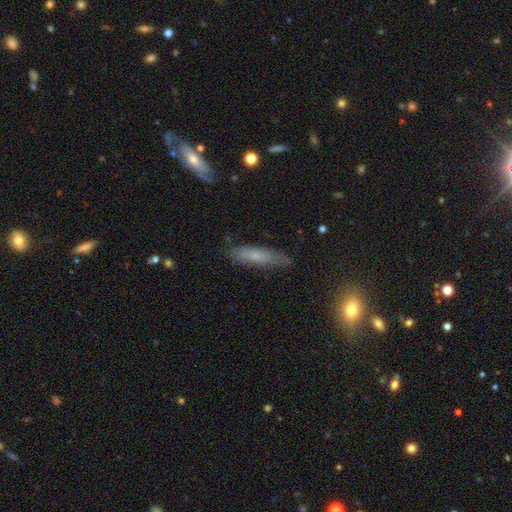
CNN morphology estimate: Smooth or featured?
  - smooth: 59% *
  - featured or disk: 33%
  - star or artifact: 9%
How rounded?
  - cigar-shaped: 73% *
  - in between: 24%
  - round: 2%
Merging?
  - none: 72% *
  - minor disturbance: 21%
  - major disturbance: 5%
  - merger: 2%